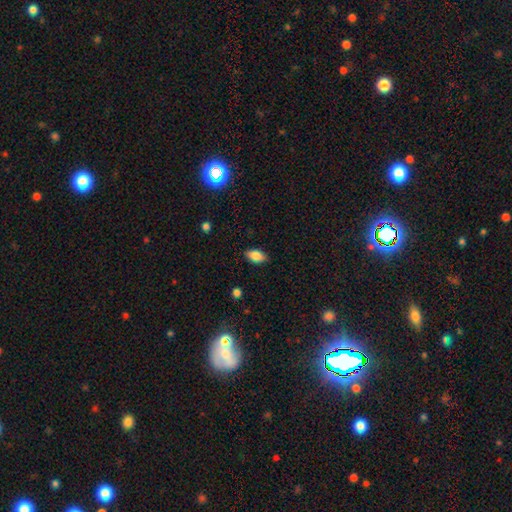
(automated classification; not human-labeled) Morphology: type=smooth (83%); roundness=in between (90%); merging=none (86%).